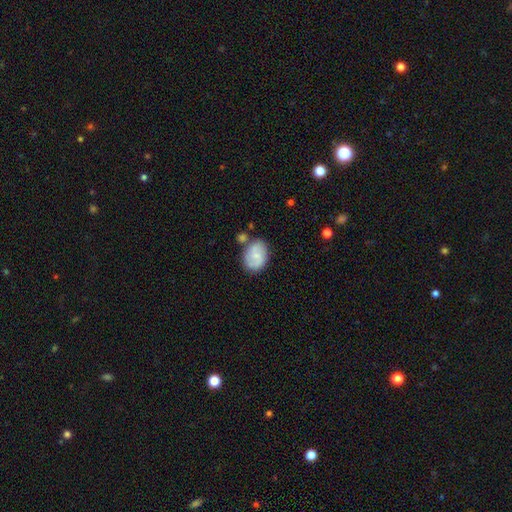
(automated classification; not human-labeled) smooth 58%, featured or disk 34%, star or artifact 7%. Down the decision tree: how rounded — in between (65%); merging — none (61%).